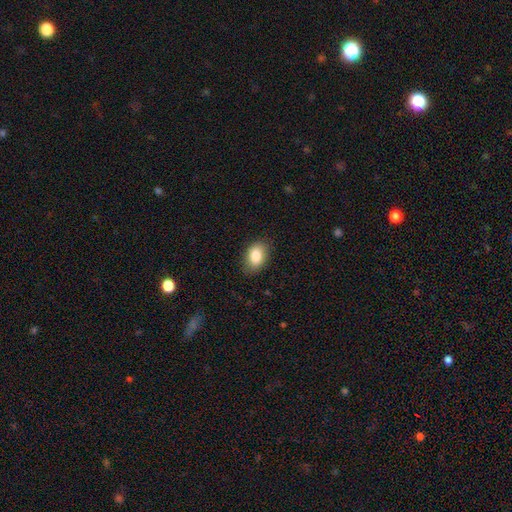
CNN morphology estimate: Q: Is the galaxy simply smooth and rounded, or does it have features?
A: smooth — 85%.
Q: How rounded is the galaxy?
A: in between — 86%.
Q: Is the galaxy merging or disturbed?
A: none — 84%.